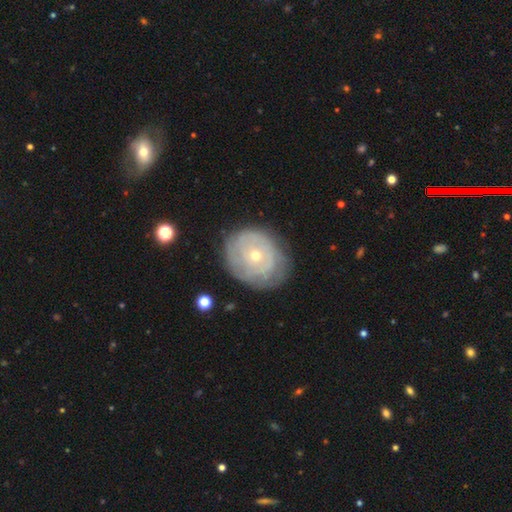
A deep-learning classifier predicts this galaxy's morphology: Smooth or featured? Predicted: featured or disk (p=0.64). Edge-on disk? Predicted: no (p=0.97). Bar? Predicted: no (p=0.86). Spiral arms? Predicted: yes (p=0.64). Bulge size? Predicted: small (p=0.61). Merging? Predicted: none (p=0.70).